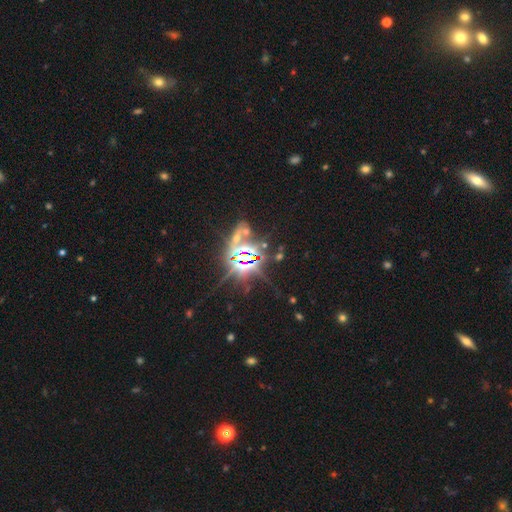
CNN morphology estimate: Smooth or featured?
  - star or artifact: 82% *
  - featured or disk: 10%
  - smooth: 8%